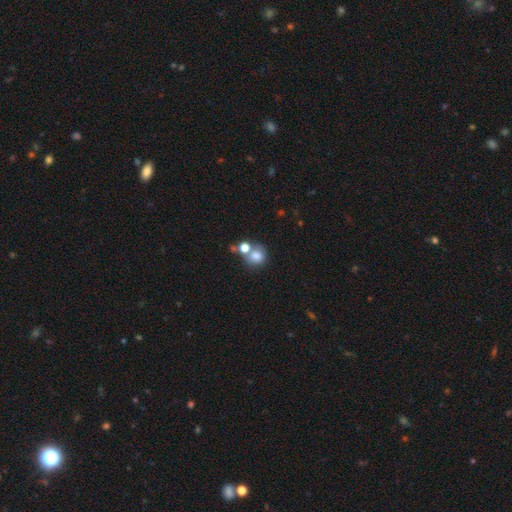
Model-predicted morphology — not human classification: A smooth galaxy with no disk features (76%) that is round (81%). Merging: none (43%).